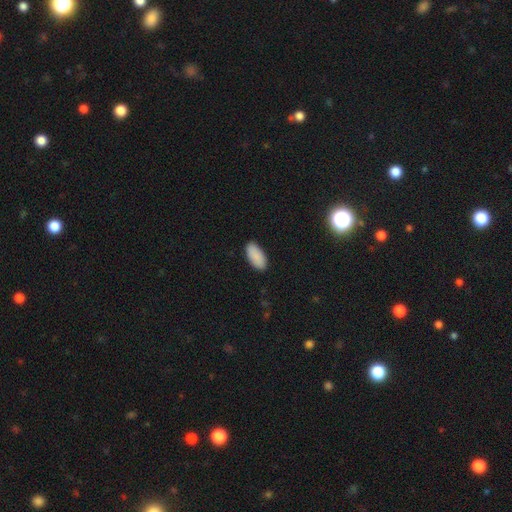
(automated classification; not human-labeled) Smooth or featured?
  - smooth: 90% *
  - star or artifact: 6%
  - featured or disk: 3%
How rounded?
  - in between: 93% *
  - cigar-shaped: 5%
  - round: 2%
Merging?
  - none: 89% *
  - minor disturbance: 8%
  - major disturbance: 2%
  - merger: 1%